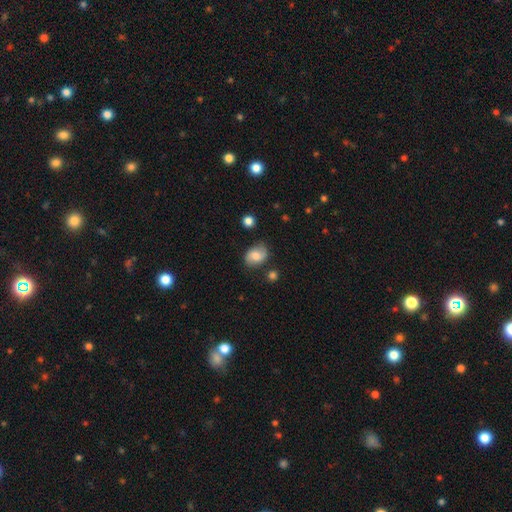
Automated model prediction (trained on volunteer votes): This is possibly a smooth galaxy (59%). How rounded: likely in between (66%). Merging: likely none (74%).